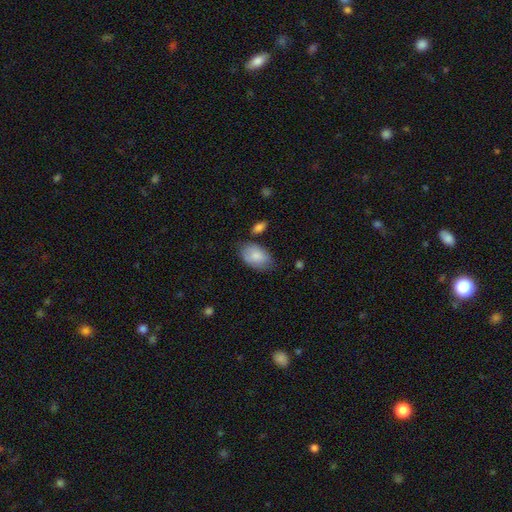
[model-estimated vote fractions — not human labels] A smooth galaxy with no disk features (82%) that is in between round and cigar-shaped (92%).

Vote fractions:
- Smooth or featured? smooth: 82% / featured or disk: 11% / star or artifact: 6%
- How rounded? in between: 92% / round: 6% / cigar-shaped: 1%
- Merging? none: 66% / minor disturbance: 24% / major disturbance: 5% / merger: 5%